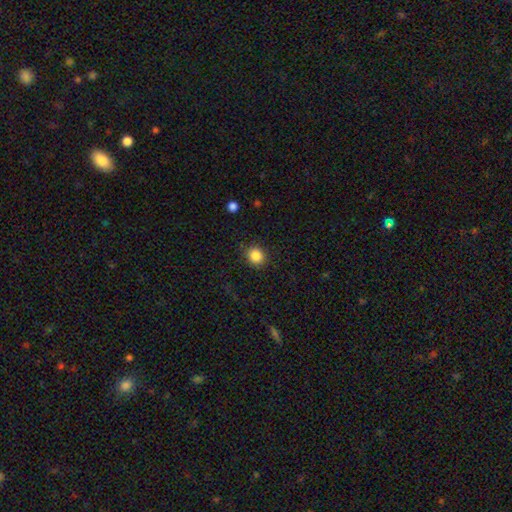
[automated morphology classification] smooth_or_featured: smooth (p=0.85) [alt: star or artifact p=0.10]
how_rounded: round (p=0.84) [alt: in between p=0.16]
merging: none (p=0.86) [alt: minor disturbance p=0.10]